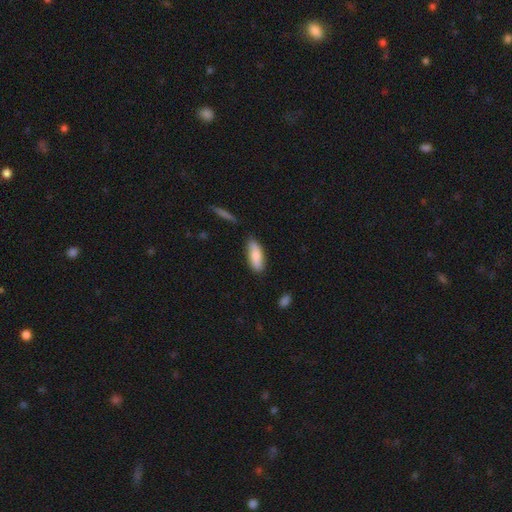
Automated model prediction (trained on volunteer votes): The model was most divided on "how rounded": in between: 65%, cigar-shaped: 33%, round: 2%. More confident: smooth or featured — smooth (82%); merging — none (78%).